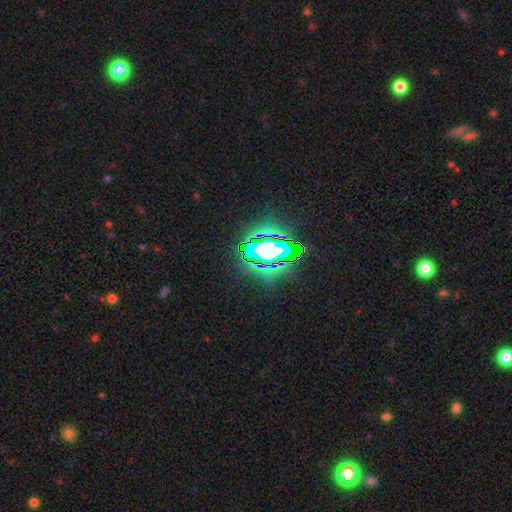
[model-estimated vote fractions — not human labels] The model was most divided on "smooth or featured": star or artifact: 82%, smooth: 11%, featured or disk: 7%.